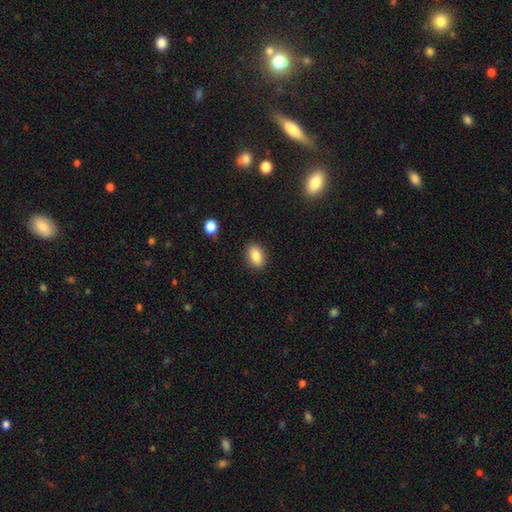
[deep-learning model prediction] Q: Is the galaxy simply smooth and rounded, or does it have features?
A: smooth — 86%.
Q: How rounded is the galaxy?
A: in between — 84%.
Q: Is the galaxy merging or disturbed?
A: none — 88%.